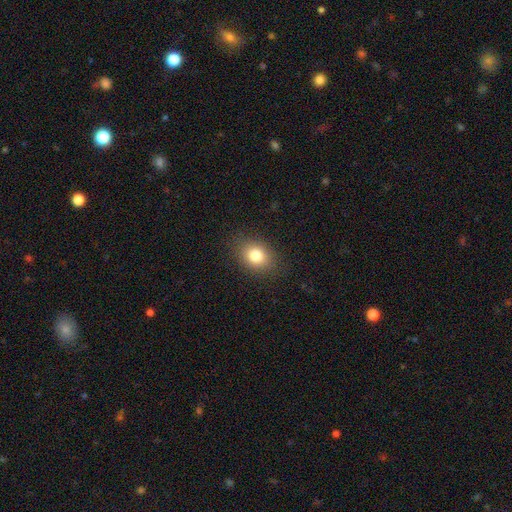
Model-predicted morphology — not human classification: smooth-or-featured: smooth: 81% | star or artifact: 11% | featured or disk: 8%
  how-rounded: in between: 59% | round: 40% | cigar-shaped: 1%
  merging: none: 86% | minor disturbance: 10% | major disturbance: 3% | merger: 1%